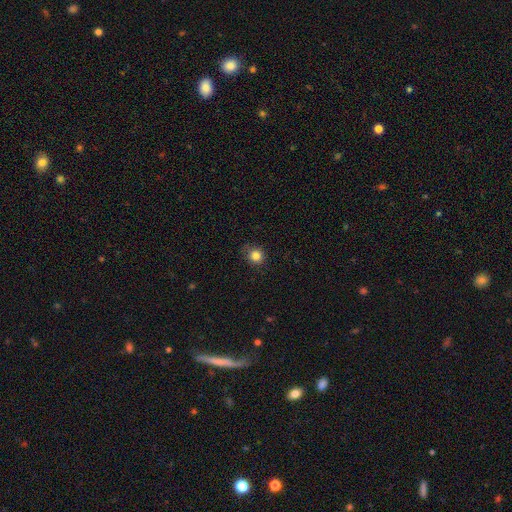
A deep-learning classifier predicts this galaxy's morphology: Smooth or featured? Predicted: smooth (p=0.83). How rounded? Predicted: round (p=0.85). Merging? Predicted: none (p=0.80).